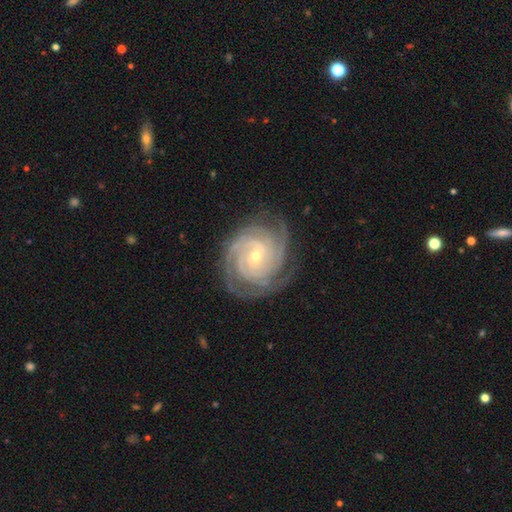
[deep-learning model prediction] This is clearly a featured or disk galaxy (91%). It is clearly not viewed edge-on (98%). Bar: possibly no (56%). Spiral arm pattern: clearly yes (98%). Spiral arm count: marginally 4 (30%). Spiral winding: clearly tight (81%). Central bulge: likely small (69%). Merging: clearly none (80%).